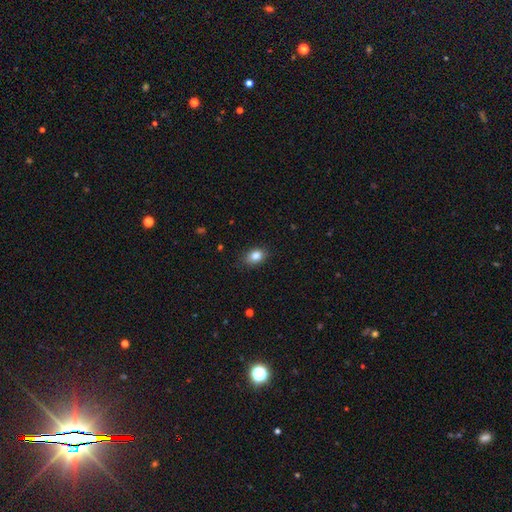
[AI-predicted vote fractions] Q: Smooth or featured?
A: smooth (85%); runner-up: star or artifact (9%)
Q: How rounded?
A: in between (77%); runner-up: round (22%)
Q: Merging?
A: none (83%); runner-up: minor disturbance (13%)